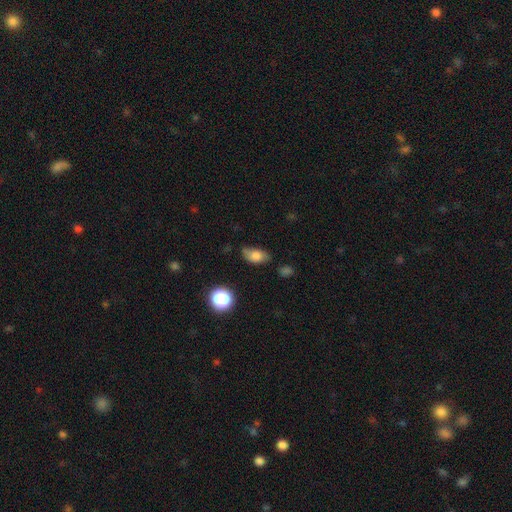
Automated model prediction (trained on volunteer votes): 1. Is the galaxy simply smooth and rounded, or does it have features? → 74% smooth, 16% featured or disk, 10% star or artifact.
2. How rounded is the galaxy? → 86% in between, 10% round, 4% cigar-shaped.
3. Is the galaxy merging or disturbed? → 62% none, 28% minor disturbance, 6% major disturbance, 3% merger.